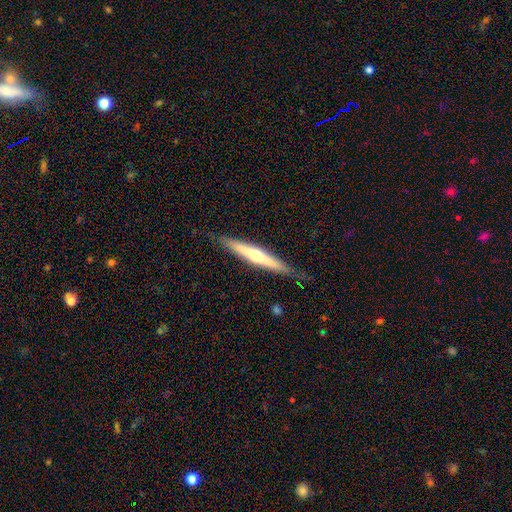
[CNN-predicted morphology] Smooth or featured: featured or disk — 61% (smooth — 34%)
Edge-on disk: yes — 95% (no — 5%)
Edge-on bulge: rounded — 83% (none — 14%)
Merging: none — 84% (minor disturbance — 13%)